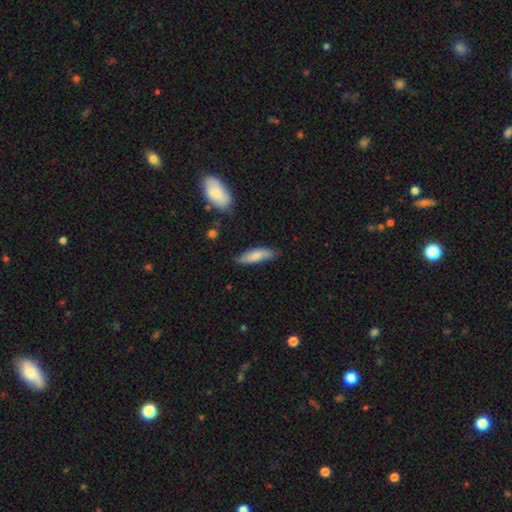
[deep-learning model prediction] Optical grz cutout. It shows a smooth galaxy with no disk features (71%) that is in between round and cigar-shaped (53%). Merging: none (70%).